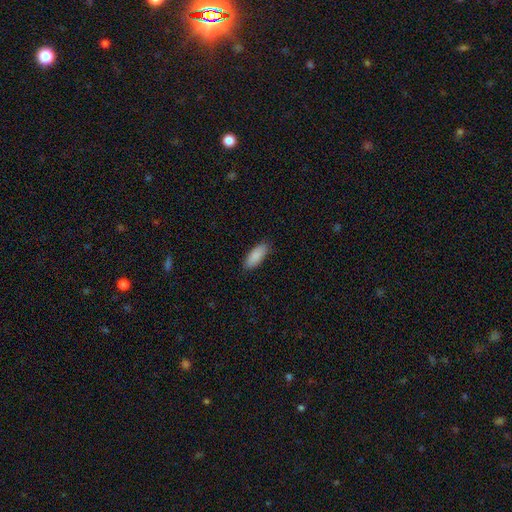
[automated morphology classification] The model was most divided on "how rounded": in between: 78%, cigar-shaped: 20%, round: 2%. More confident: smooth or featured — smooth (90%); merging — none (87%).